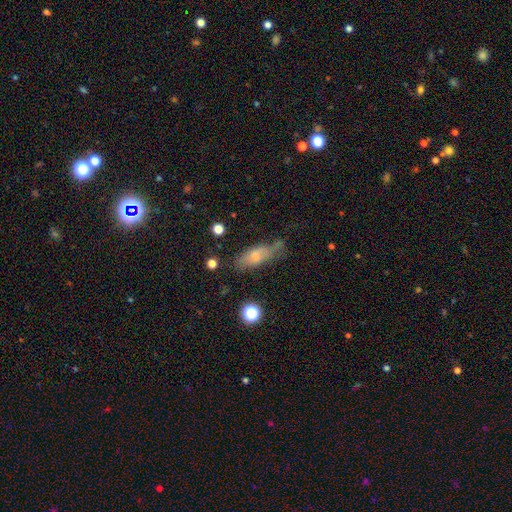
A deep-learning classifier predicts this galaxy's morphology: Smooth or featured? smooth (65%)
How rounded? in between (62%)
Merging? none (55%)